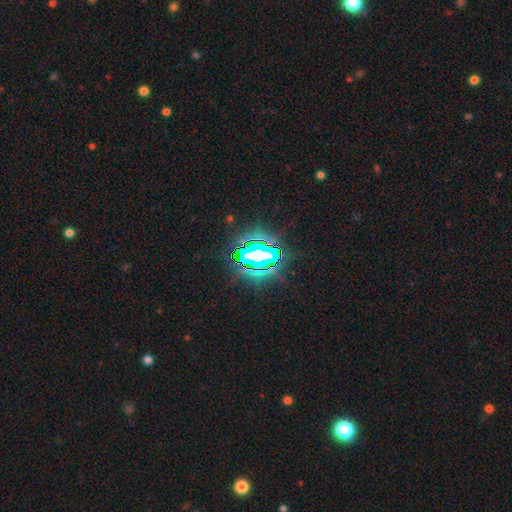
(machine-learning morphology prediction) smooth_or_featured: star or artifact (p=0.80) [alt: featured or disk p=0.10]